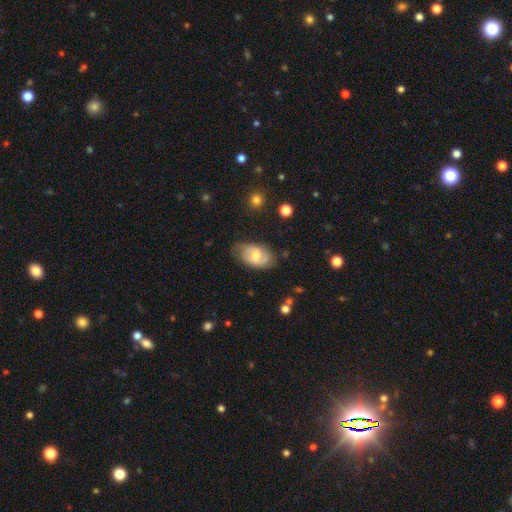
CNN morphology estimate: Overall: smooth (50%; featured or disk 43%). Merging: none (63%; minor disturbance 28%).